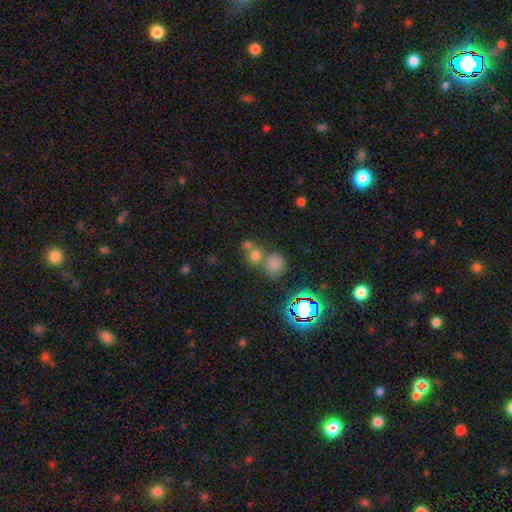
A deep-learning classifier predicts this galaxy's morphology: Overall: smooth (66%). How rounded: round (77%). Merging: none (45%; merger 42%).